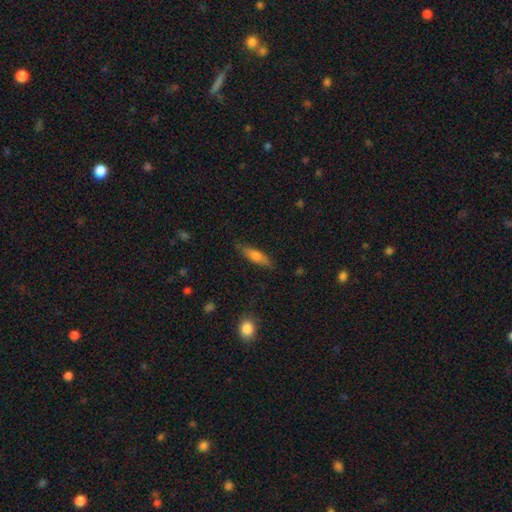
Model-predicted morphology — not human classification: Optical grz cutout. It shows a smooth galaxy with no disk features (63%) that is cigar-shaped (64%). Merging: none (84%).